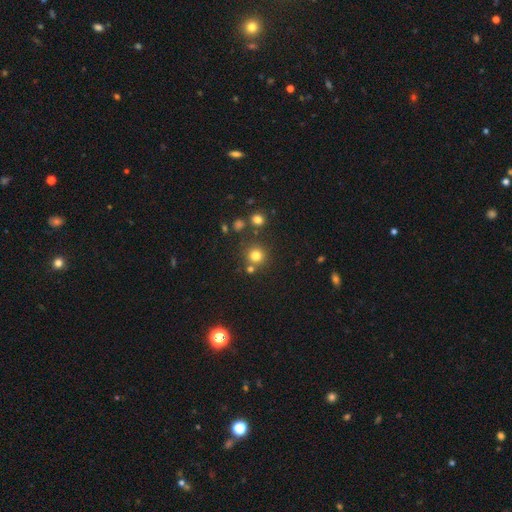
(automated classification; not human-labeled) smooth 77%, star or artifact 16%, featured or disk 7%. Down the decision tree: how rounded — round (93%); merging — none (77%).